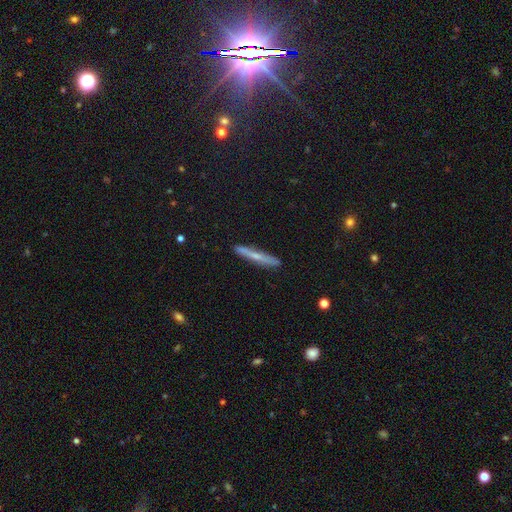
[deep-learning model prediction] Smooth or featured: featured or disk — 49% (smooth — 43%)
Merging: none — 87% (minor disturbance — 10%)